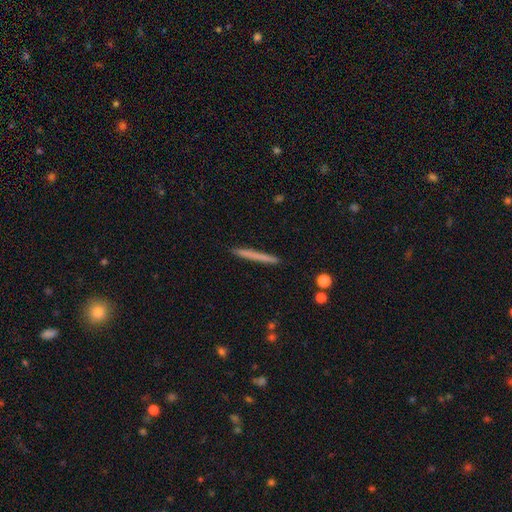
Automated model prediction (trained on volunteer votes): Smooth or featured? Predicted: smooth (p=0.66). How rounded? Predicted: cigar-shaped (p=0.97). Merging? Predicted: none (p=0.91).